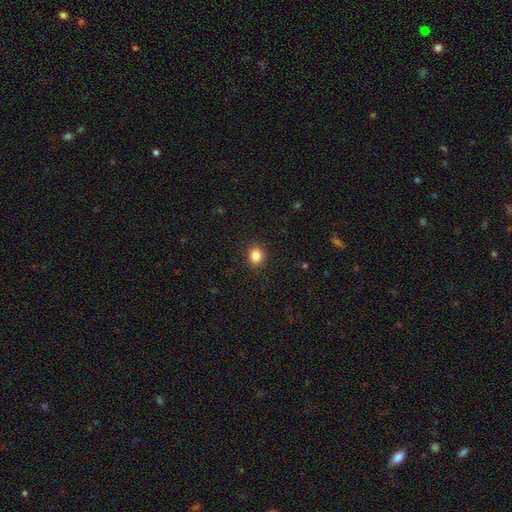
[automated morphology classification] Smooth or featured?
  - smooth: 84% *
  - star or artifact: 11%
  - featured or disk: 5%
How rounded?
  - round: 74% *
  - in between: 25%
  - cigar-shaped: 1%
Merging?
  - none: 91% *
  - minor disturbance: 6%
  - major disturbance: 2%
  - merger: 1%